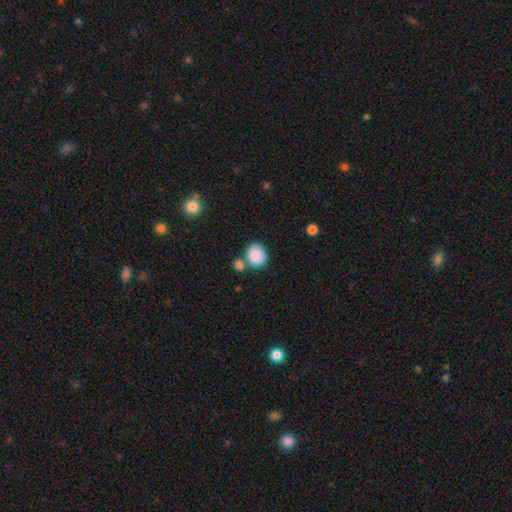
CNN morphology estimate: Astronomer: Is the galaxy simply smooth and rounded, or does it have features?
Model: smooth — 87%.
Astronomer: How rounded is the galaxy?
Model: round — 50% (runner-up: in between, 49%).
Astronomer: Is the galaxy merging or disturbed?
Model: none — 58%.